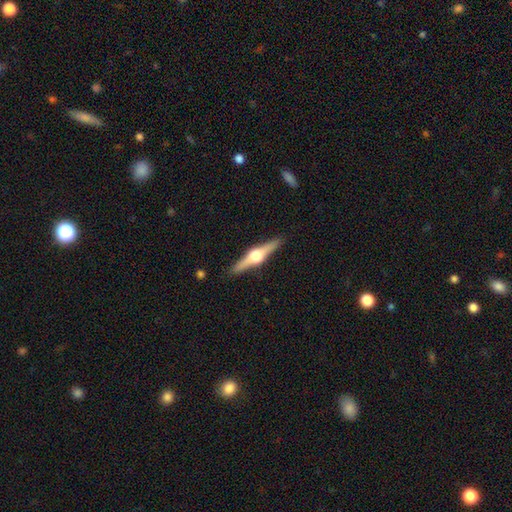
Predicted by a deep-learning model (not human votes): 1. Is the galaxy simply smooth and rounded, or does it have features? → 81% featured or disk, 14% smooth, 5% star or artifact.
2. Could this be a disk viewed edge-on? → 98% yes, 2% no.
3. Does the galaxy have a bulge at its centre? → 95% rounded, 4% boxy, 1% none.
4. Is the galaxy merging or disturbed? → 91% none, 7% minor disturbance, 1% major disturbance, 1% merger.